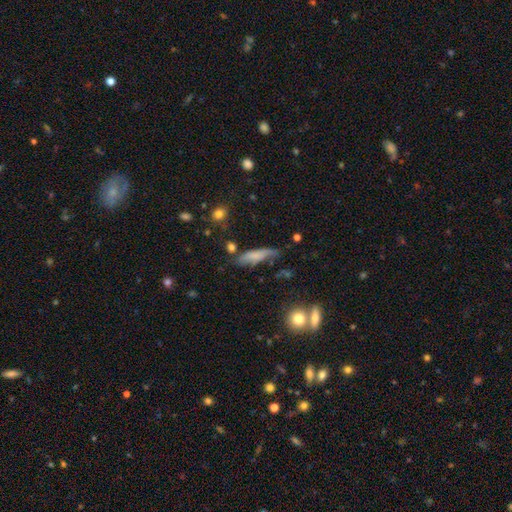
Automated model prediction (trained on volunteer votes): smooth-or-featured: smooth: 67% | featured or disk: 25% | star or artifact: 8%
  how-rounded: cigar-shaped: 62% | in between: 35% | round: 3%
  merging: none: 50% | minor disturbance: 32% | major disturbance: 12% | merger: 6%